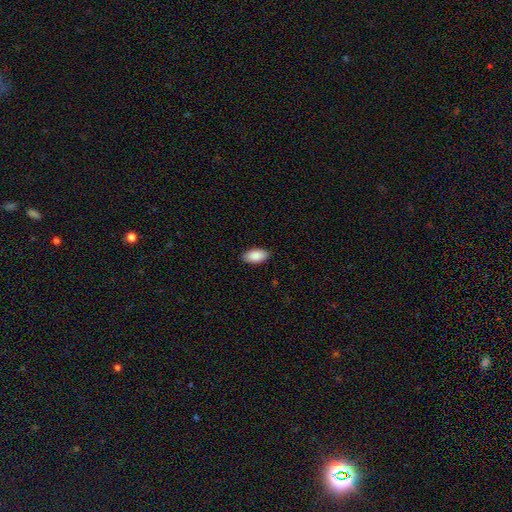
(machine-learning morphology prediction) This appears to be a smooth galaxy with no disk features (89%) that is in between round and cigar-shaped (95%). Merging: none (89%).